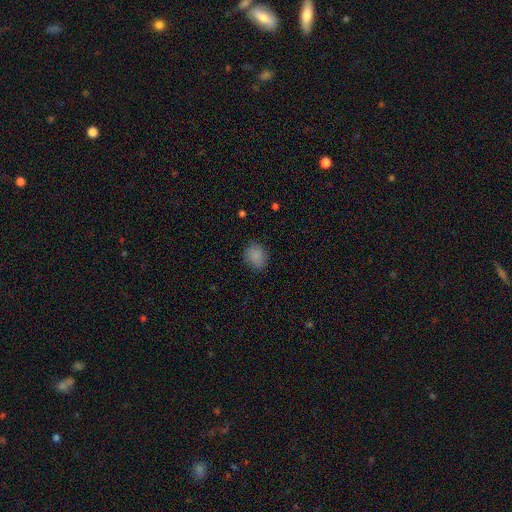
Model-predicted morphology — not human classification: This appears to be a smooth galaxy with no disk features (86%) that is round (58%). Merging: none (83%).